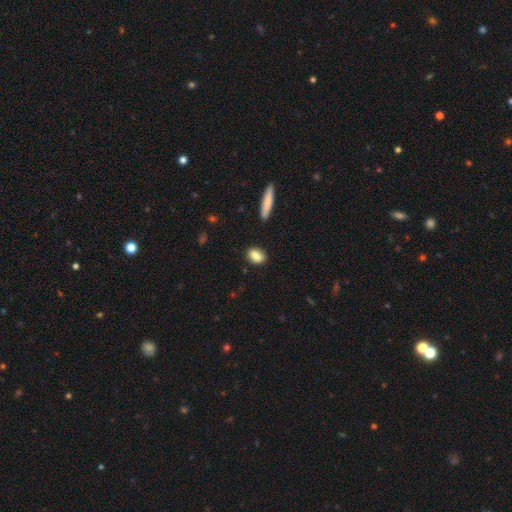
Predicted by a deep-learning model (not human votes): A smooth galaxy with no disk features (84%) that is in between round and cigar-shaped (78%).

Vote fractions:
- Smooth or featured? smooth: 84% / featured or disk: 8% / star or artifact: 7%
- How rounded? in between: 78% / round: 17% / cigar-shaped: 5%
- Merging? none: 86% / minor disturbance: 10% / major disturbance: 2% / merger: 2%